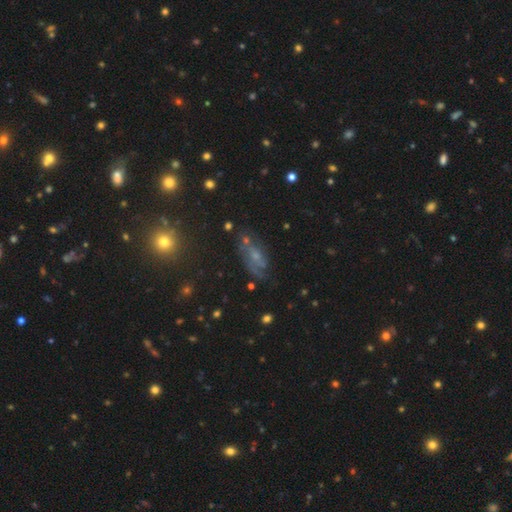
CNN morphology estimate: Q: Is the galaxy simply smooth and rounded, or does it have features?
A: featured or disk — 42%.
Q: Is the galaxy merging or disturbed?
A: none — 56%.